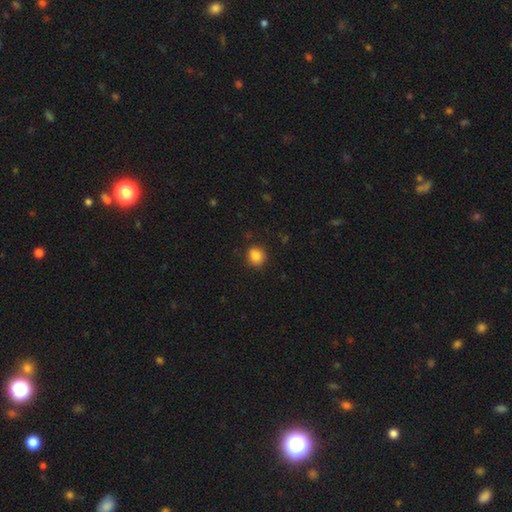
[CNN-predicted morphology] A smooth galaxy with no disk features (85%) that is round (80%).

Vote fractions:
- Smooth or featured? smooth: 85% / star or artifact: 10% / featured or disk: 5%
- How rounded? round: 80% / in between: 19% / cigar-shaped: 1%
- Merging? none: 85% / minor disturbance: 11% / major disturbance: 2% / merger: 1%